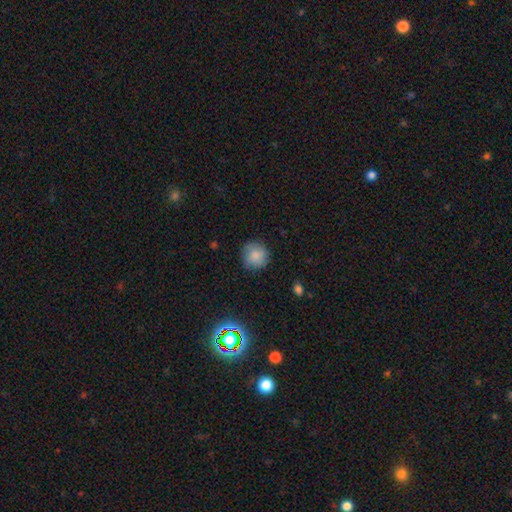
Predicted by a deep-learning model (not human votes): smooth 81%, star or artifact 10%, featured or disk 9%. Down the decision tree: how rounded — round (92%); merging — none (82%).